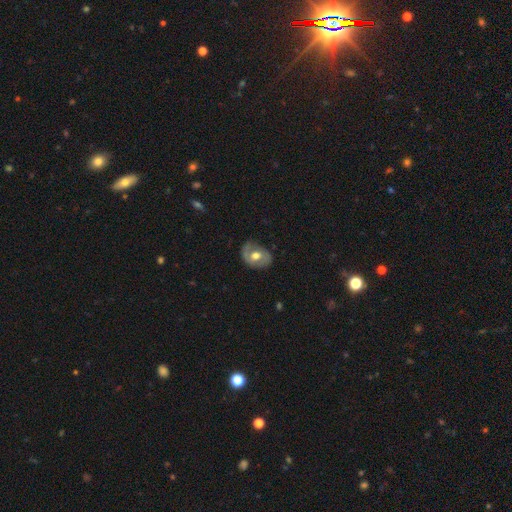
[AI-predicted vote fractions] This is possibly a featured or disk galaxy (51%). It is clearly not viewed edge-on (95%). Merging: likely none (69%).